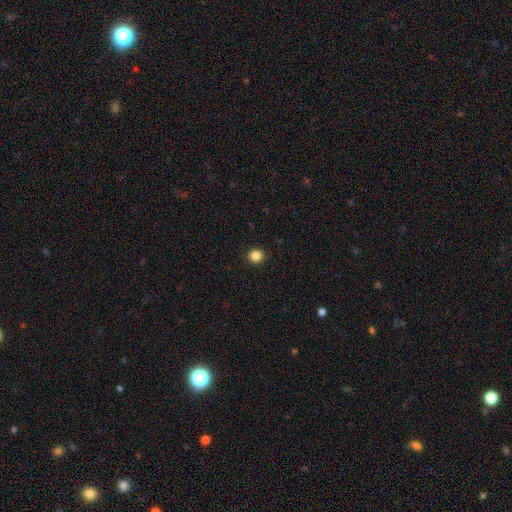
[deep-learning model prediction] This appears to be a smooth galaxy with no disk features (85%) that is round (91%). Merging: none (93%).